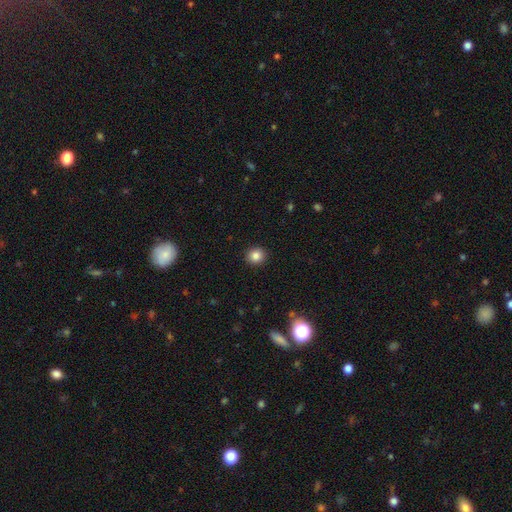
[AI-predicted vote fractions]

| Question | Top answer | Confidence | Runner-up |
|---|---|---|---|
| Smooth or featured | smooth | 85% | star or artifact (11%) |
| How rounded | round | 88% | in between (11%) |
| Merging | none | 92% | minor disturbance (5%) |